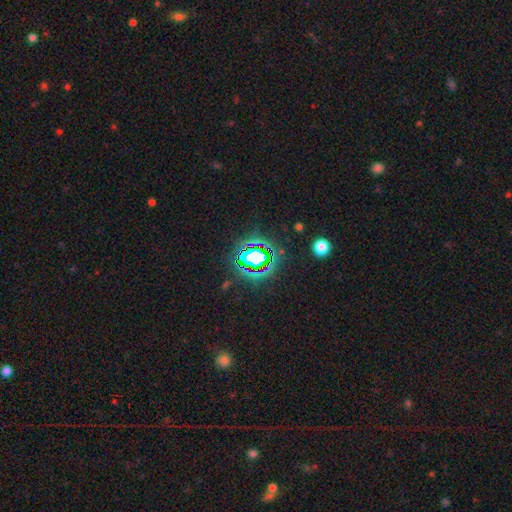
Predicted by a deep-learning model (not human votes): Morphology: type=star or artifact (71%).